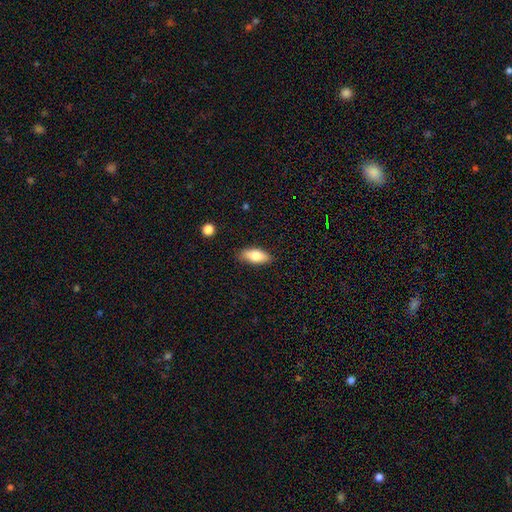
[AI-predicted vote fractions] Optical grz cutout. It shows a smooth galaxy with no disk features (78%) that is in between round and cigar-shaped (82%). Merging: none (85%).